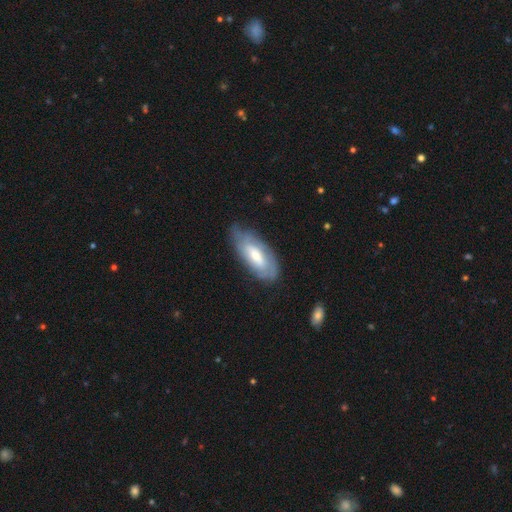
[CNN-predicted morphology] Smooth or featured: featured or disk — 47% (tied with smooth — 47%)
Merging: none — 64% (minor disturbance — 27%)